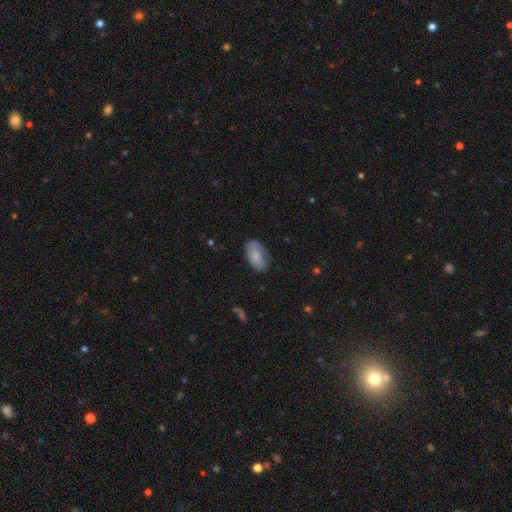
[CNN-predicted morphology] This is clearly a smooth galaxy (80%). How rounded: clearly in between (93%). Merging: likely none (75%).